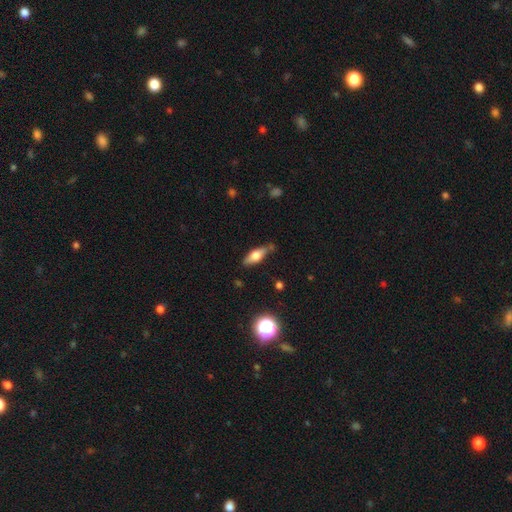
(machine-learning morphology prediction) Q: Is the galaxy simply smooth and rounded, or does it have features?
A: smooth — 55%.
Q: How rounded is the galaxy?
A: in between — 60%.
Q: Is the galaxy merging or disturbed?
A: none — 68%.